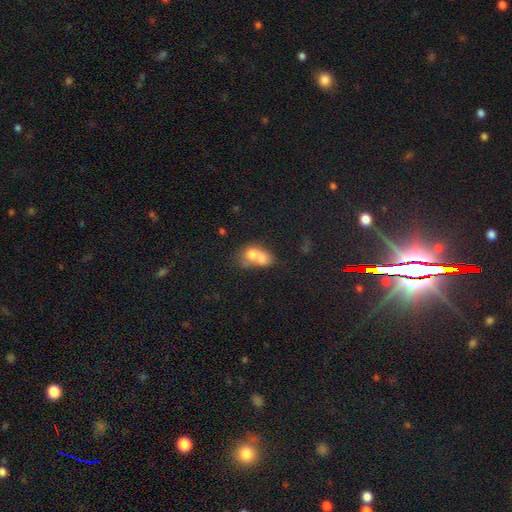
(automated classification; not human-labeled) Smooth or featured? smooth (67%)
How rounded? in between (58%)
Merging? merger (73%)